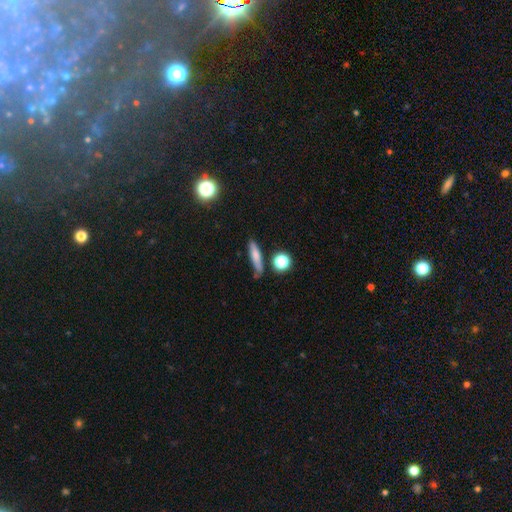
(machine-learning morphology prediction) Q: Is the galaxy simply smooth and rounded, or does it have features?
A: smooth — 73%.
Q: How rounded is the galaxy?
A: cigar-shaped — 72%.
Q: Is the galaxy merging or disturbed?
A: none — 70%.